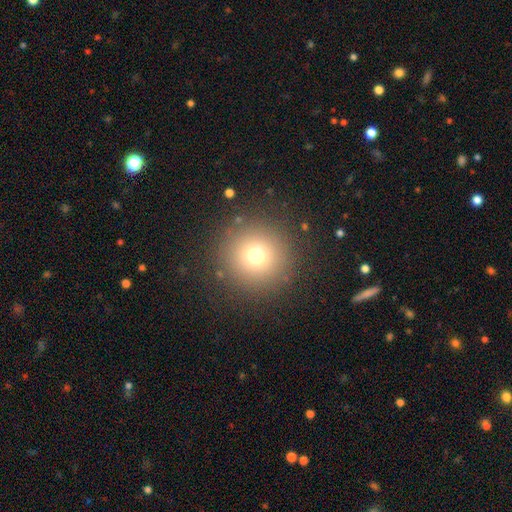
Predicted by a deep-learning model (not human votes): Q: Smooth or featured?
A: smooth (72%); runner-up: star or artifact (18%)
Q: How rounded?
A: round (96%); runner-up: in between (3%)
Q: Merging?
A: none (88%); runner-up: minor disturbance (6%)